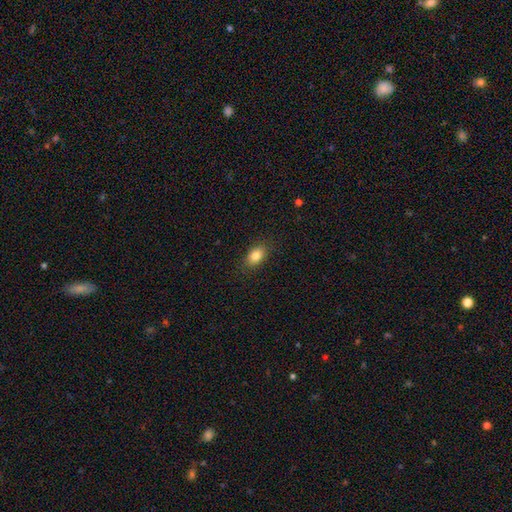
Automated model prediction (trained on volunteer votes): This is clearly a smooth galaxy (84%). How rounded: clearly in between (87%). Merging: clearly none (87%).